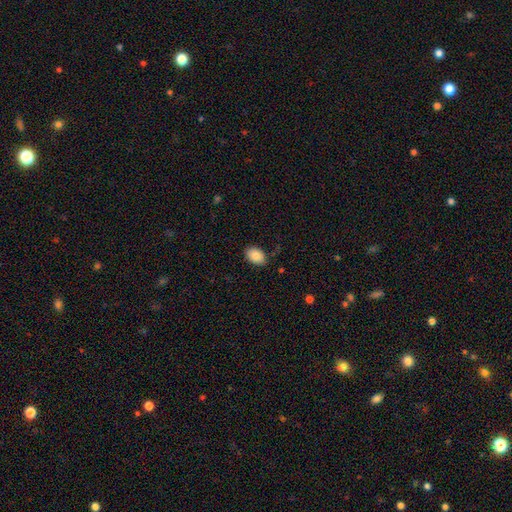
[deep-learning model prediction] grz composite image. It shows a smooth galaxy with no disk features (88%) that is in between round and cigar-shaped (87%). Merging: none (83%).